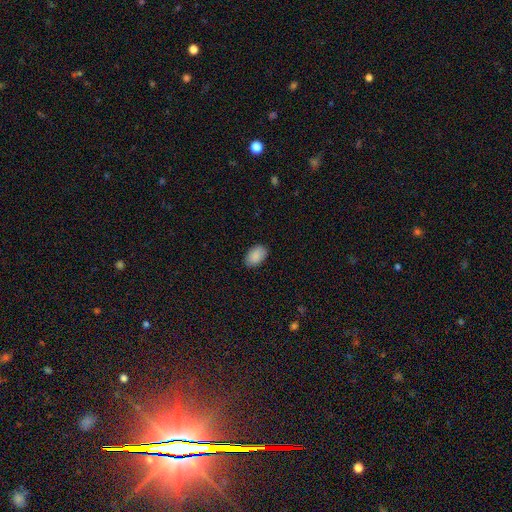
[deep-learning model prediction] smooth_or_featured: smooth (p=0.90) [alt: star or artifact p=0.07]
how_rounded: in between (p=0.90) [alt: round p=0.09]
merging: none (p=0.88) [alt: minor disturbance p=0.09]